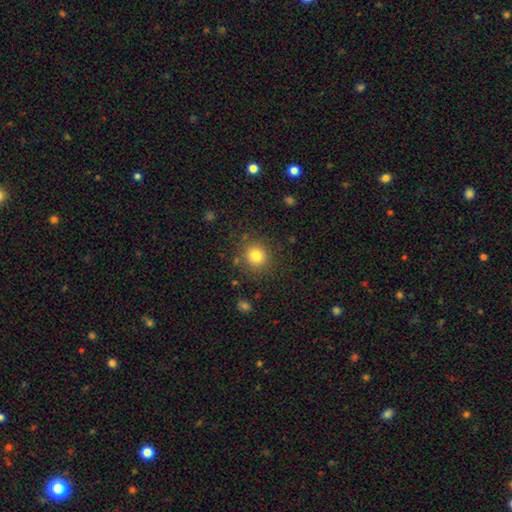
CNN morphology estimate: The model was most divided on "smooth or featured": smooth: 81%, star or artifact: 12%, featured or disk: 7%. More confident: how rounded — round (91%); merging — none (85%).